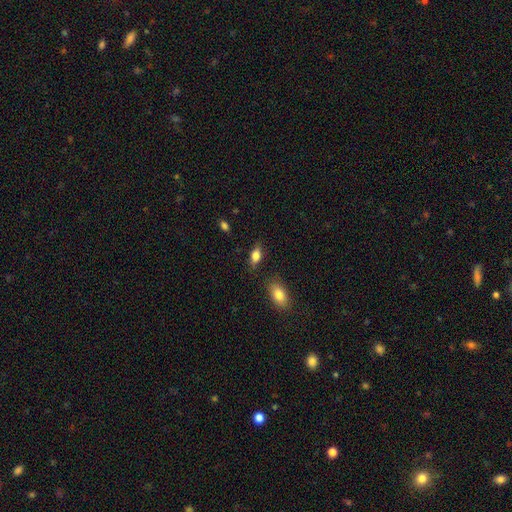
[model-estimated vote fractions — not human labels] The model was most divided on "smooth or featured": smooth: 78%, featured or disk: 14%, star or artifact: 8%. More confident: how rounded — in between (84%); merging — none (80%).